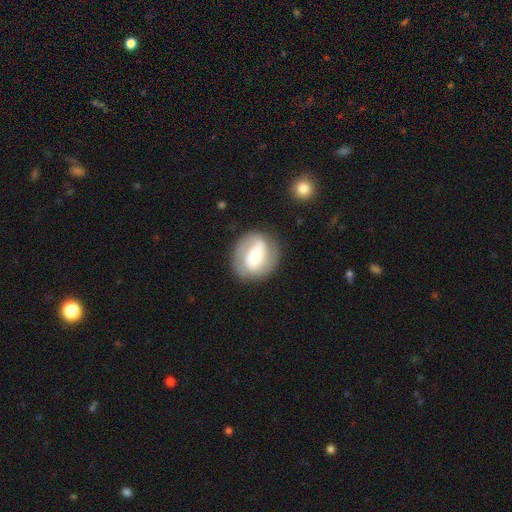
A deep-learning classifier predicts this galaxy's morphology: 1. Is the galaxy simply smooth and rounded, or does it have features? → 63% featured or disk, 30% smooth, 7% star or artifact.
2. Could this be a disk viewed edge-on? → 97% no, 3% yes.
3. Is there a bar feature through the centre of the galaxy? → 35% no, 34% weak, 30% strong.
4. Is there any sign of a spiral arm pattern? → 82% yes, 18% no.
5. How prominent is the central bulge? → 39% small, 37% moderate, 17% large, 4% dominant, 4% none.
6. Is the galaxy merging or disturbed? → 77% none, 14% minor disturbance, 7% major disturbance, 2% merger.